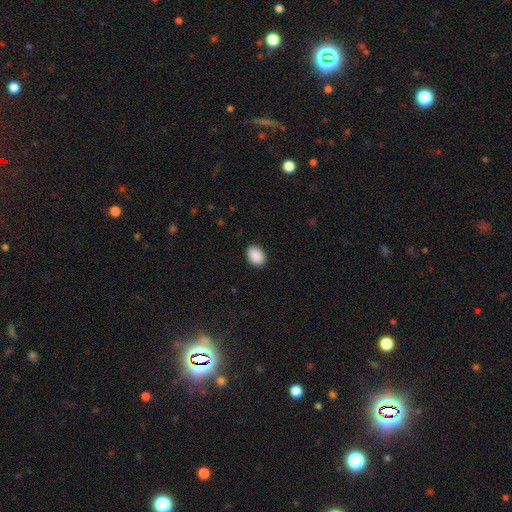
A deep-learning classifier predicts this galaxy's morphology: The model was most divided on "how rounded": in between: 77%, round: 22%, cigar-shaped: 1%. More confident: smooth or featured — smooth (91%); merging — none (89%).